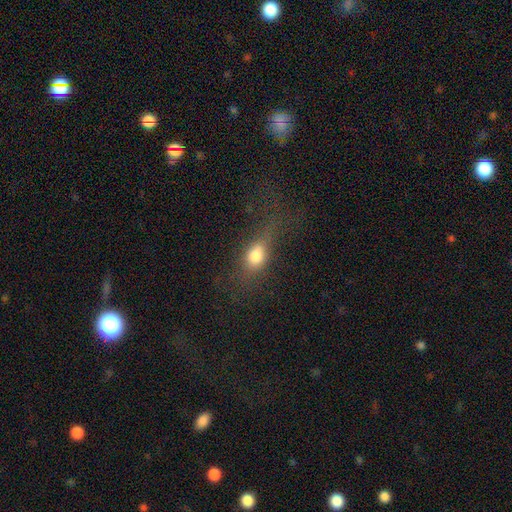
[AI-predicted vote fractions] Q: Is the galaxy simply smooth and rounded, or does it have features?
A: smooth — 72%.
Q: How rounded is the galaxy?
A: in between — 65%.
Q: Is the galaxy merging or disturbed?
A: none — 48%.